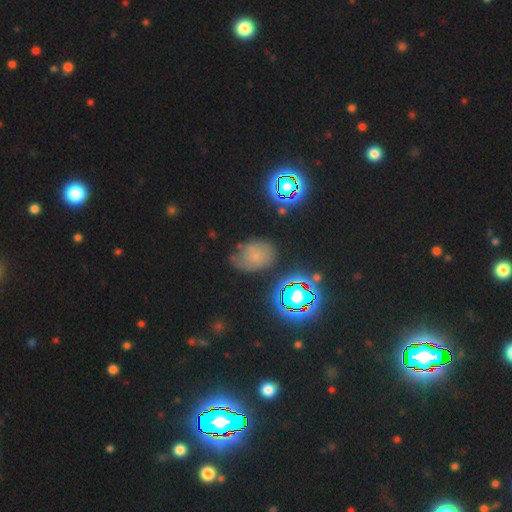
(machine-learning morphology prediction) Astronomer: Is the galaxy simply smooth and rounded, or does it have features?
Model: smooth — 47% (runner-up: star or artifact, 30%).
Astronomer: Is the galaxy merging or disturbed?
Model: none — 58%.